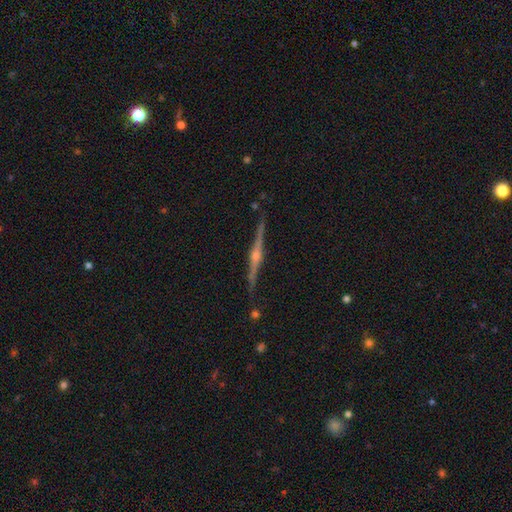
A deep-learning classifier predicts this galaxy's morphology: A featured or disk galaxy (87%) viewed edge-on (98%) with a rounded central bulge (91%).

Vote fractions:
- Smooth or featured? featured or disk: 87% / smooth: 7% / star or artifact: 6%
- Edge-on disk? yes: 98% / no: 2%
- Edge-on bulge? rounded: 91% / boxy: 6% / none: 4%
- Merging? none: 88% / minor disturbance: 8% / major disturbance: 2% / merger: 2%